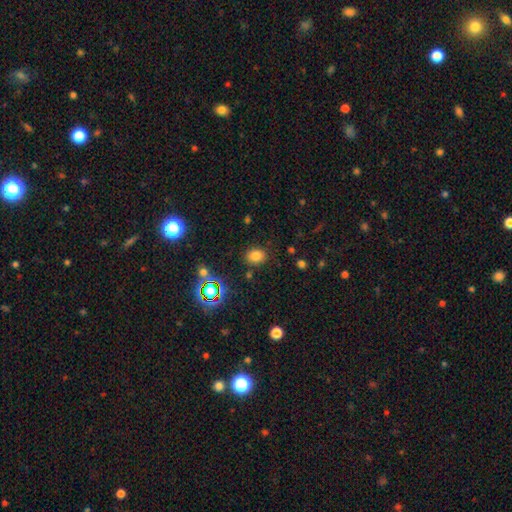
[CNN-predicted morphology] smooth-or-featured: smooth: 74% | star or artifact: 18% | featured or disk: 7%
  how-rounded: in between: 51% | round: 48% | cigar-shaped: 1%
  merging: none: 83% | minor disturbance: 10% | major disturbance: 4% | merger: 3%